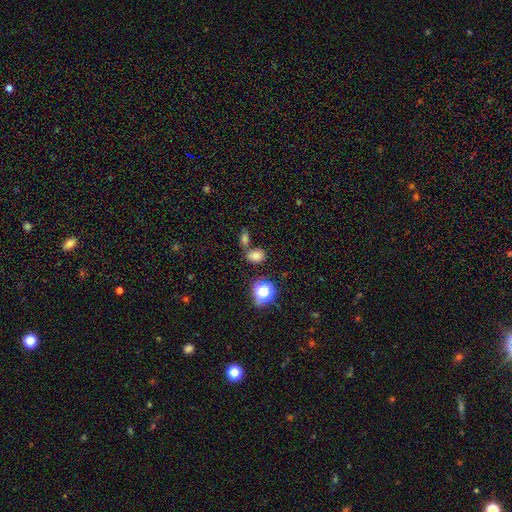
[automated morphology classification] This is likely a smooth galaxy (75%). How rounded: possibly in between (57%). Merging: likely none (61%).